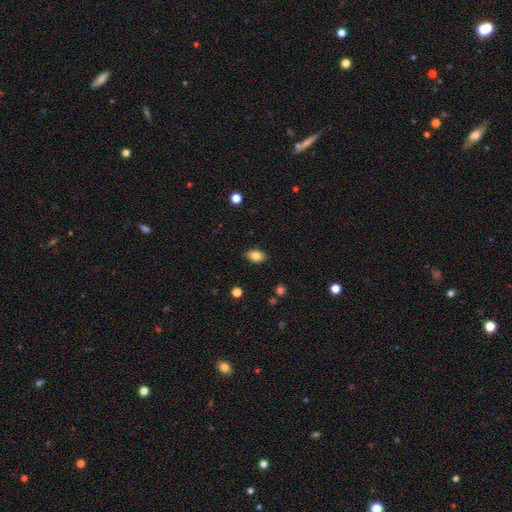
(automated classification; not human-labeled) Smooth or featured?
  - smooth: 82% *
  - featured or disk: 10%
  - star or artifact: 9%
How rounded?
  - in between: 88% *
  - round: 10%
  - cigar-shaped: 2%
Merging?
  - none: 87% *
  - minor disturbance: 9%
  - major disturbance: 2%
  - merger: 1%